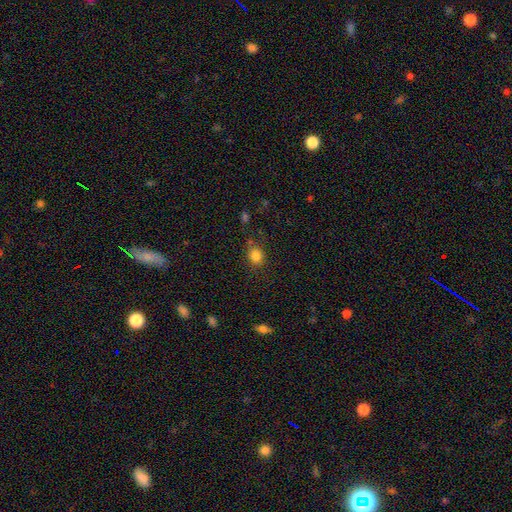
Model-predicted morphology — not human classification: Overall: smooth (82%). How rounded: round (66%; in between 33%). Merging: none (73%).